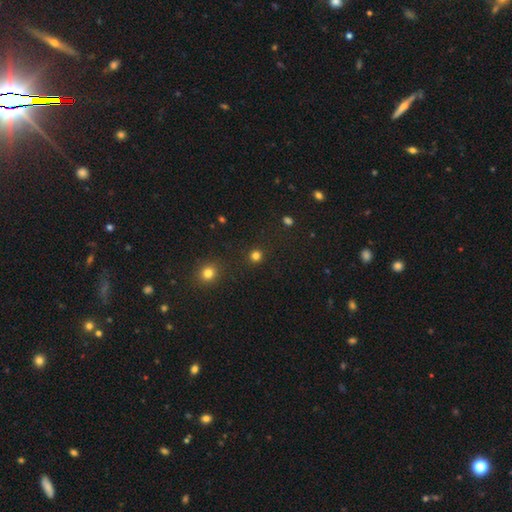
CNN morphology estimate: Smooth or featured: smooth — 79% (star or artifact — 17%)
How rounded: round — 92% (in between — 7%)
Merging: none — 89% (minor disturbance — 6%)